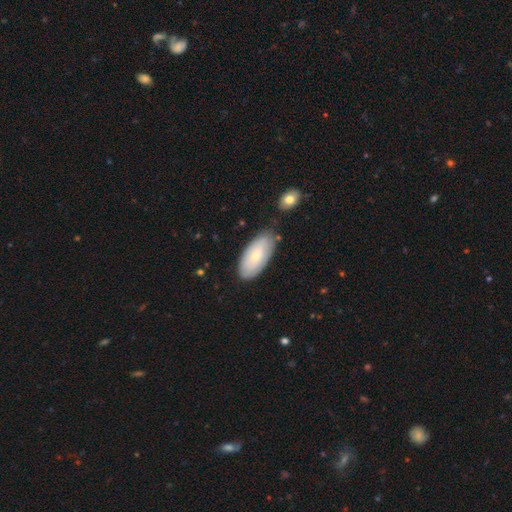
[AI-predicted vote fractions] The model was most divided on "smooth or featured": smooth: 67%, featured or disk: 28%, star or artifact: 6%. More confident: how rounded — in between (92%); merging — none (77%).